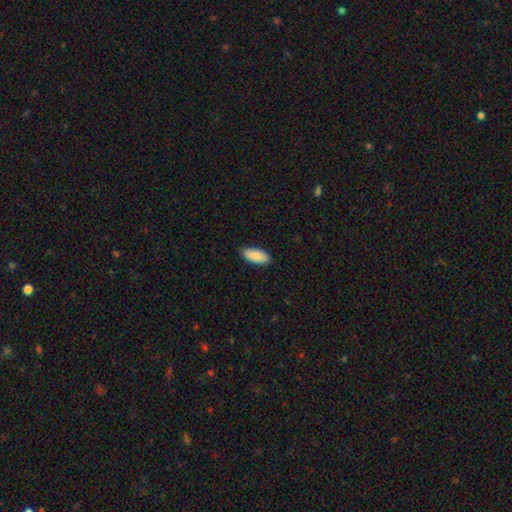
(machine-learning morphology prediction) type=smooth (89%); roundness=in between (86%); merging=none (86%).